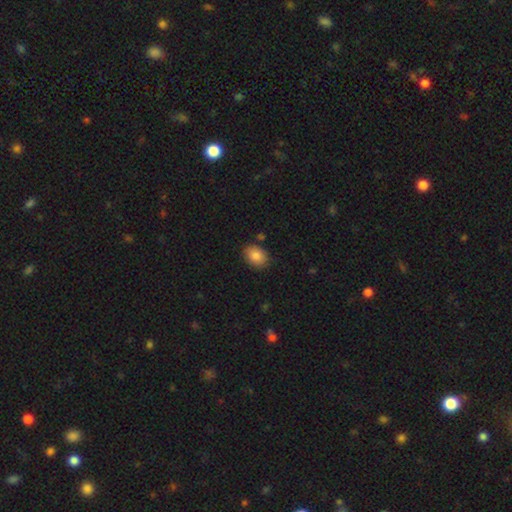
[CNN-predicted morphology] Q: Smooth or featured?
A: smooth (86%); runner-up: star or artifact (7%)
Q: How rounded?
A: in between (73%); runner-up: round (26%)
Q: Merging?
A: none (83%); runner-up: minor disturbance (12%)